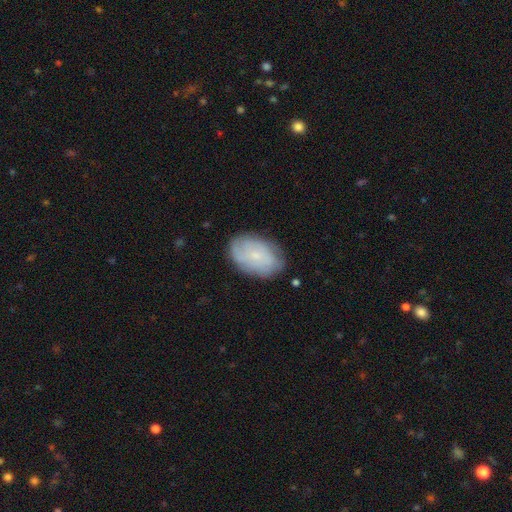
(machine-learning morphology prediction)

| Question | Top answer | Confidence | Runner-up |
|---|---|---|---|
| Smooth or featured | smooth | 54% | featured or disk (38%) |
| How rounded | in between | 88% | round (10%) |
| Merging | none | 76% | minor disturbance (19%) |